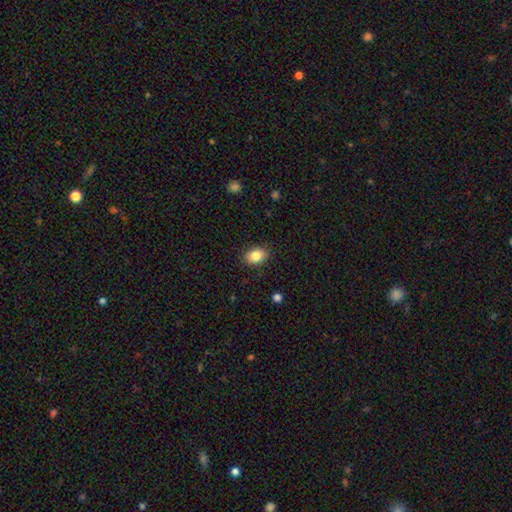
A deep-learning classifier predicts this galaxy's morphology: A smooth galaxy with no disk features (85%) that is in between round and cigar-shaped (71%).

Vote fractions:
- Smooth or featured? smooth: 85% / star or artifact: 8% / featured or disk: 7%
- How rounded? in between: 71% / round: 28% / cigar-shaped: 1%
- Merging? none: 88% / minor disturbance: 9% / major disturbance: 2% / merger: 1%